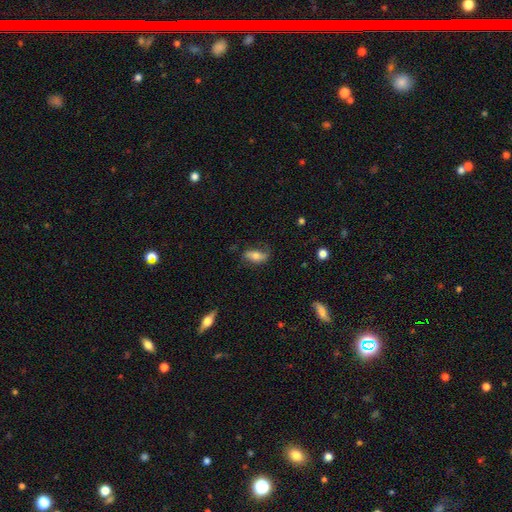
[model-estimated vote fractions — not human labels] Overall: smooth (59%; featured or disk 33%). How rounded: in between (80%). Merging: none (67%).